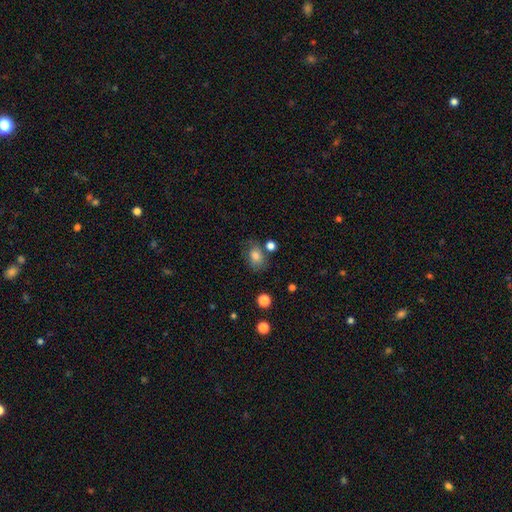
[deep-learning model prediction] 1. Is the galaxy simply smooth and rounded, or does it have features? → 80% smooth, 10% star or artifact, 10% featured or disk.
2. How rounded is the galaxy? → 67% in between, 32% round, 1% cigar-shaped.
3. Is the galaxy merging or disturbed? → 59% none, 23% minor disturbance, 9% major disturbance, 9% merger.